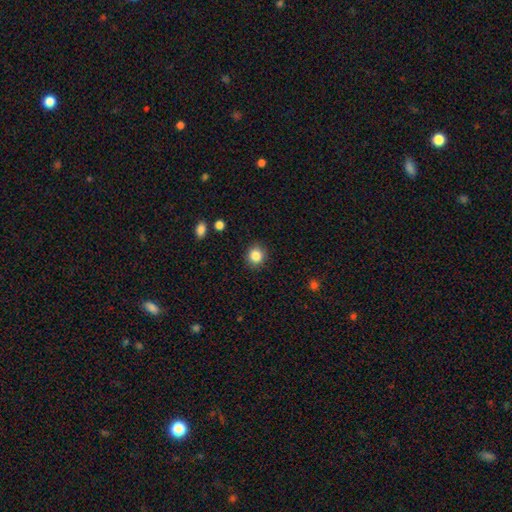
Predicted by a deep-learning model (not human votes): Morphology: type=smooth (85%); roundness=round (88%); merging=none (89%).